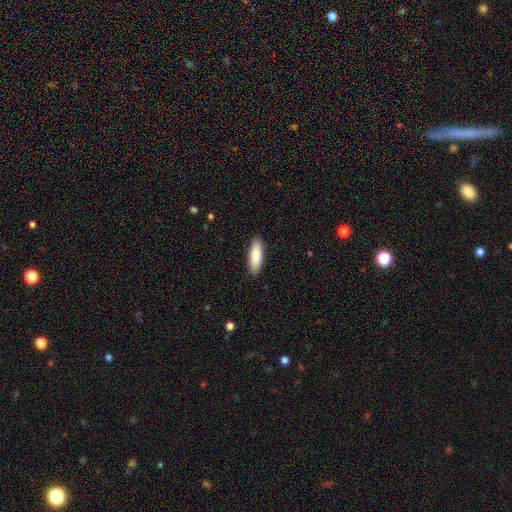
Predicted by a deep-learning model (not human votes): smooth_or_featured: smooth (p=0.88) [alt: featured or disk p=0.06]
how_rounded: in between (p=0.59) [alt: cigar-shaped p=0.39]
merging: none (p=0.89) [alt: minor disturbance p=0.08]